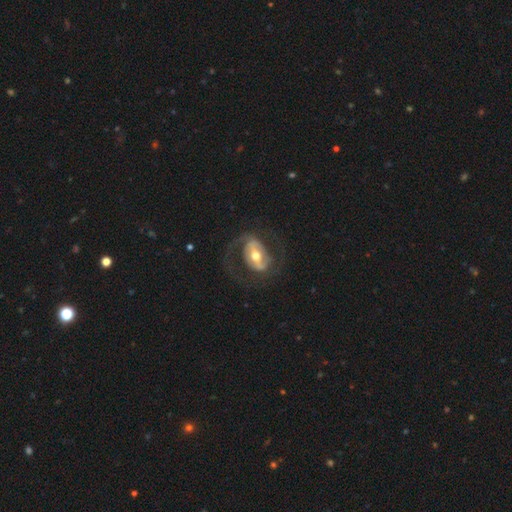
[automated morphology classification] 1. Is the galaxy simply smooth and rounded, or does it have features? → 81% featured or disk, 14% smooth, 5% star or artifact.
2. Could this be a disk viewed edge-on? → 96% no, 4% yes.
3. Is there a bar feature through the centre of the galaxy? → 50% strong, 33% weak, 17% no.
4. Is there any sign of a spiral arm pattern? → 80% yes, 20% no.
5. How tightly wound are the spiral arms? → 48% medium, 33% loose, 19% tight.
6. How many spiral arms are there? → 87% 2, 6% can't tell, 4% 1, 1% 3, 1% 4, 1% more than 4.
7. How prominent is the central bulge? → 74% moderate, 14% small, 11% large, 1% dominant, 1% none.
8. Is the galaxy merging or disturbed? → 68% none, 18% major disturbance, 13% minor disturbance, 1% merger.